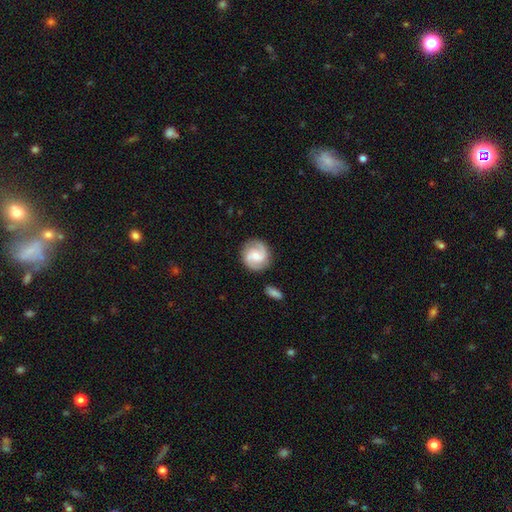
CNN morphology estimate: A featured or disk galaxy (77%) with a weak bar (45%, tied with no), 2 (88%) medium (49%) spiral arms (96%) and a moderate central bulge (46%).

Vote fractions:
- Smooth or featured? featured or disk: 77% / smooth: 17% / star or artifact: 5%
- Edge-on disk? no: 98% / yes: 2%
- Bar? weak: 45% (tied) / no: 45% (tied) / strong: 11%
- Spiral arms? yes: 96% / no: 4%
- Spiral winding? medium: 49% / tight: 35% / loose: 16%
- Spiral arm count? 2: 88% / can't tell: 4% / 3: 4% / 1: 2% / 4: 1% / more than 4: 1%
- Bulge size? moderate: 46% / small: 45% / none: 4% / large: 3% / dominant: 1%
- Merging? none: 83% / minor disturbance: 11% / major disturbance: 3% / merger: 3%